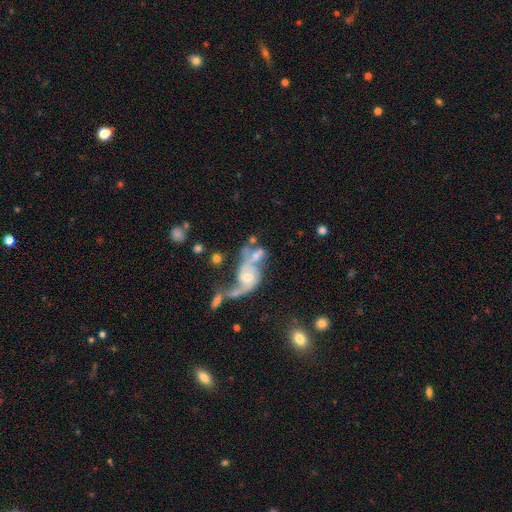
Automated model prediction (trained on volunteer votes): Smooth or featured: featured or disk — 69% (smooth — 22%)
Edge-on disk: no — 96% (yes — 4%)
Bar: no — 64% (weak — 29%)
Spiral arms: yes — 74% (no — 26%)
Bulge size: moderate — 48% (small — 36%)
Merging: merger — 51% (major disturbance — 21%)